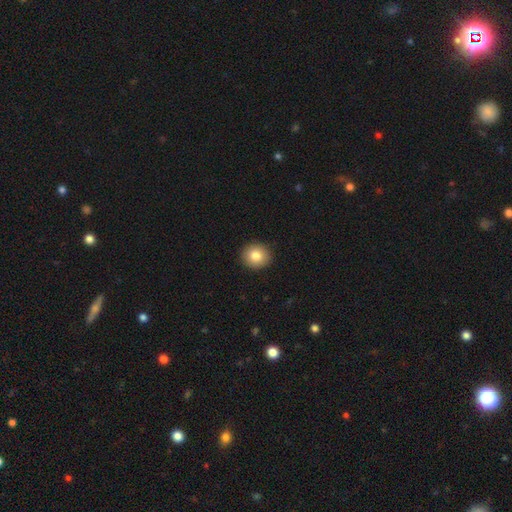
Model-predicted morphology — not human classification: Smooth or featured? Predicted: smooth (p=0.83). How rounded? Predicted: round (p=0.87). Merging? Predicted: none (p=0.92).